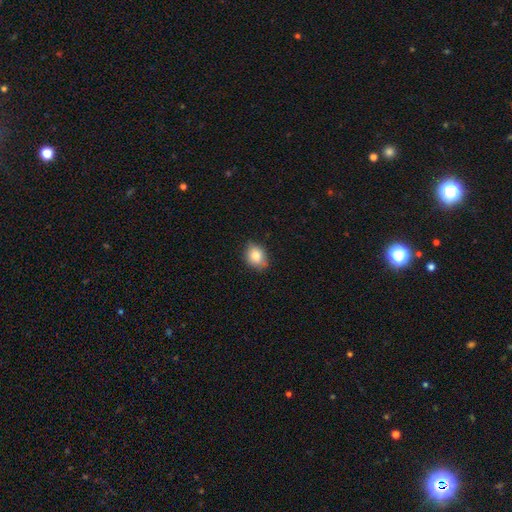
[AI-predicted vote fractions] smooth 81%, featured or disk 11%, star or artifact 9%. Down the decision tree: how rounded — in between (53%); merging — none (75%).